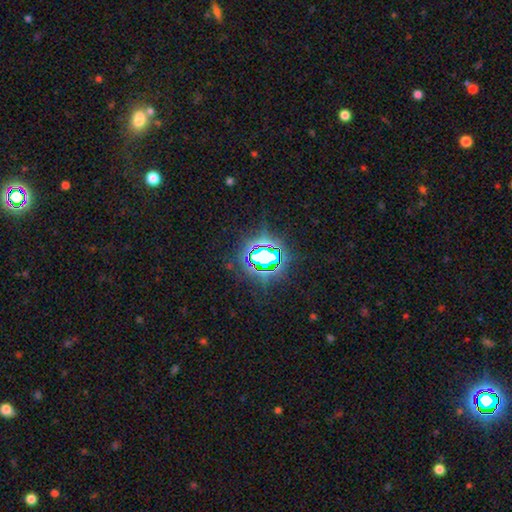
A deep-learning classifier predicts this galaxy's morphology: smooth_or_featured: star or artifact (p=0.81) [alt: smooth p=0.12]